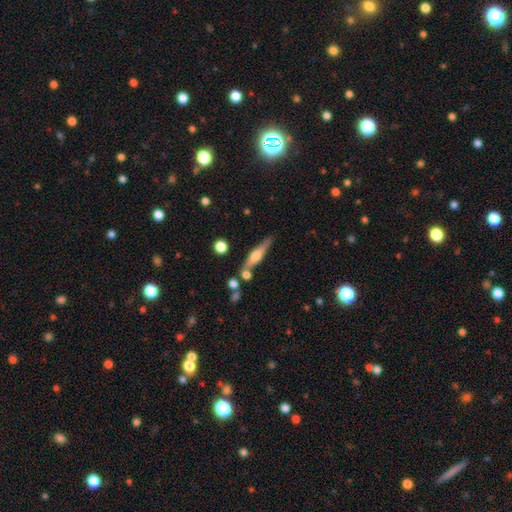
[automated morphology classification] type=featured or disk (55%); edge-on=yes (93%); edge-on bulge=rounded (84%); merging=none (70%).